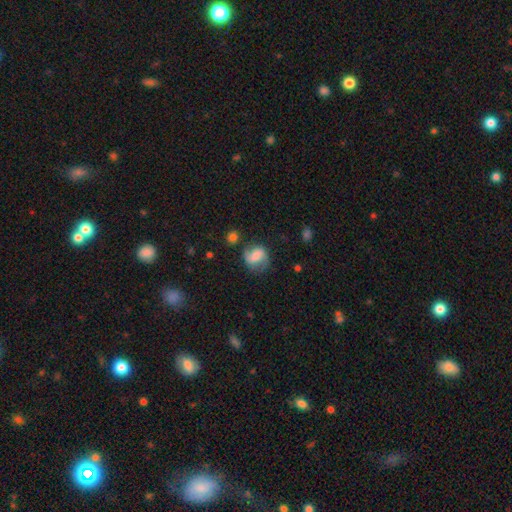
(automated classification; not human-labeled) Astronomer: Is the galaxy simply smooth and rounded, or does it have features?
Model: featured or disk — 52% (runner-up: smooth, 39%).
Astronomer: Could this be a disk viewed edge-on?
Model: no — 97%.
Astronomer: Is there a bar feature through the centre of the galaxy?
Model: weak — 43% (runner-up: no, 38%).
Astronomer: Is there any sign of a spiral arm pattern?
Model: yes — 86%.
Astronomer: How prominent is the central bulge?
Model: moderate — 35% (runner-up: small, 28%).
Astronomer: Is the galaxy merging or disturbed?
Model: none — 63%.